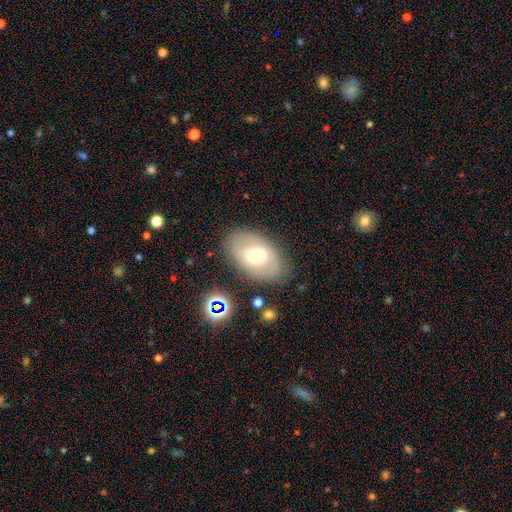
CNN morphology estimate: smooth-or-featured: smooth: 47% | featured or disk: 43% | star or artifact: 10%
  merging: none: 80% | minor disturbance: 13% | major disturbance: 5% | merger: 2%